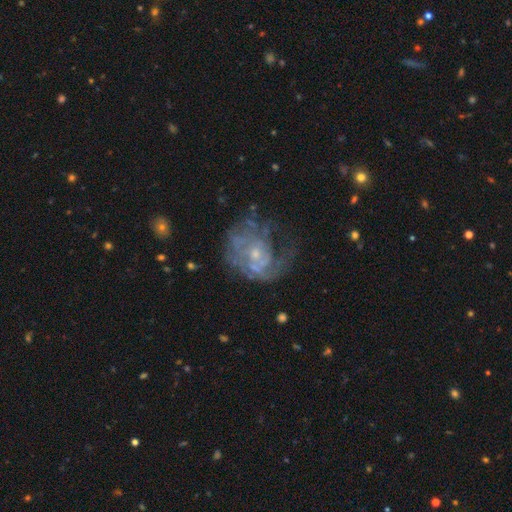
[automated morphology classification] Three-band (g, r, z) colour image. It shows a featured or disk galaxy (76%) with no bar (78%), tight (47%) spiral arms (72%) and a small central bulge (65%). Merging: none (44%).